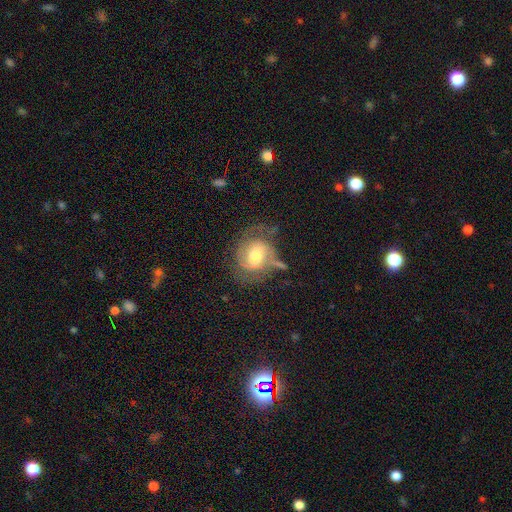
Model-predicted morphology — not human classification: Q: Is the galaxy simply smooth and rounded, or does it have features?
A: featured or disk — 65%.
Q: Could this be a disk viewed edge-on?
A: no — 96%.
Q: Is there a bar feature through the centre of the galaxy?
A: weak — 44%, tied with no.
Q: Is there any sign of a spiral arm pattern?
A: yes — 84%.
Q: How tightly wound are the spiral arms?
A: medium — 43%.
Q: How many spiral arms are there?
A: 2 — 64%.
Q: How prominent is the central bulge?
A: moderate — 66%.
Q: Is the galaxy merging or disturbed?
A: none — 50%.